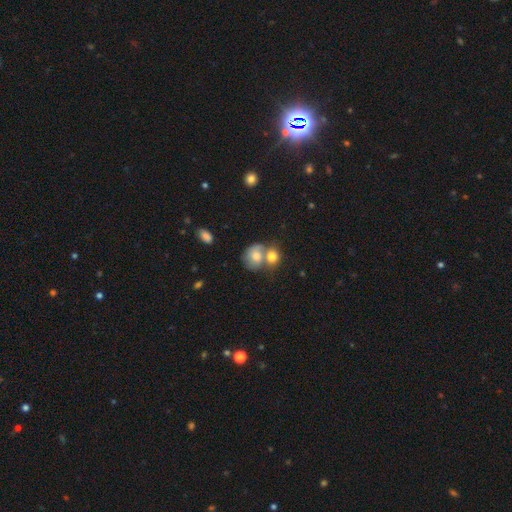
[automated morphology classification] This appears to be a smooth galaxy with no disk features (70%) that is round (62%). Merging: merger (60%).